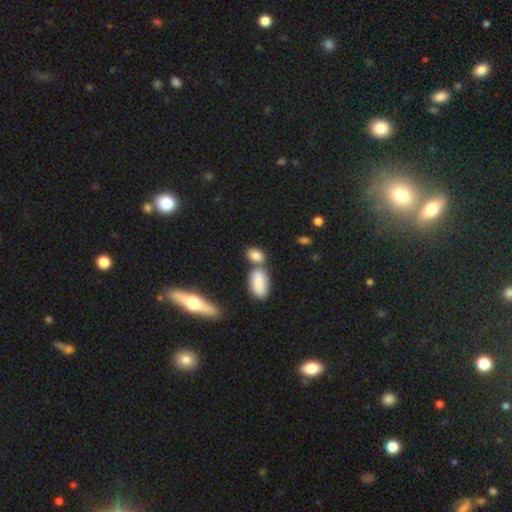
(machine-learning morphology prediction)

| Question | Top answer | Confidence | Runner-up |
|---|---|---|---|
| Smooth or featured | smooth | 84% | star or artifact (8%) |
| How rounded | in between | 85% | round (9%) |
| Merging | none | 47% | merger (36%) |